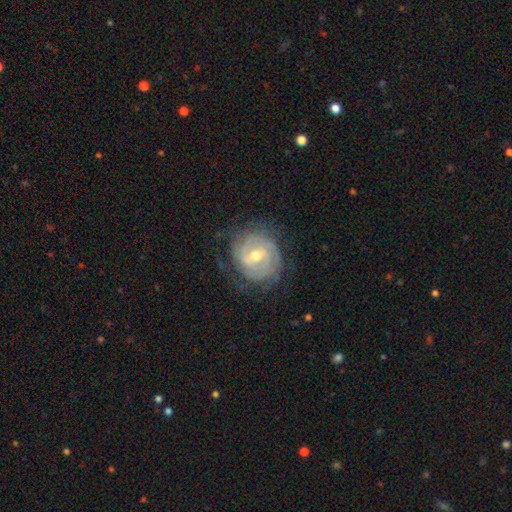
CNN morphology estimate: Smooth or featured: featured or disk — 86% (smooth — 9%)
Edge-on disk: no — 97% (yes — 3%)
Bar: weak — 54% (no — 23%)
Spiral arms: yes — 95% (no — 5%)
Spiral winding: tight — 74% (medium — 21%)
Spiral arm count: can't tell — 30% (2 — 29%)
Bulge size: moderate — 63% (small — 33%)
Merging: none — 74% (minor disturbance — 17%)